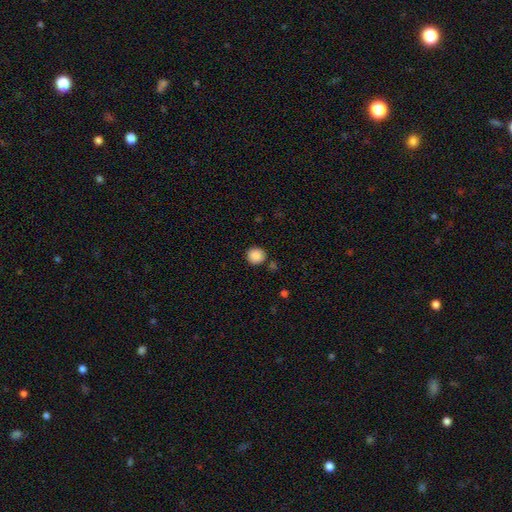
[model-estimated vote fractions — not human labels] A smooth galaxy with no disk features (88%) that is round (90%). Merging: none (84%).